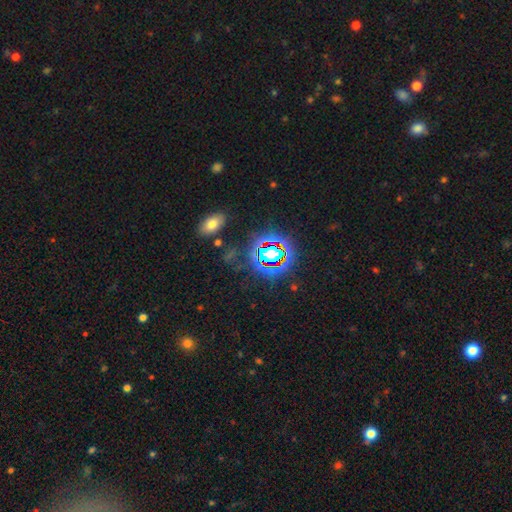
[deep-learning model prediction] Smooth or featured? star or artifact (65%)